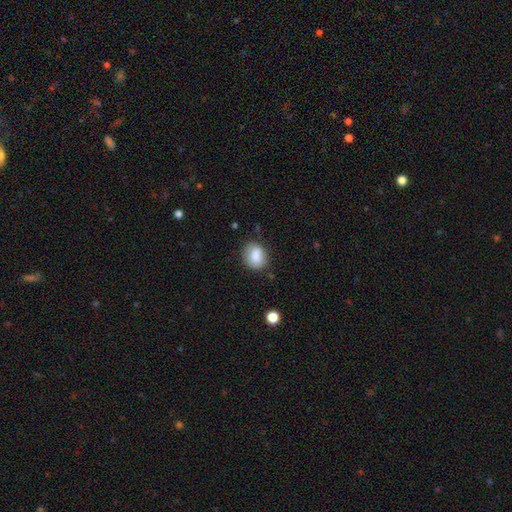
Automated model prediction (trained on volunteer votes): This is clearly a smooth galaxy (84%). How rounded: possibly in between (56%). Merging: likely none (76%).